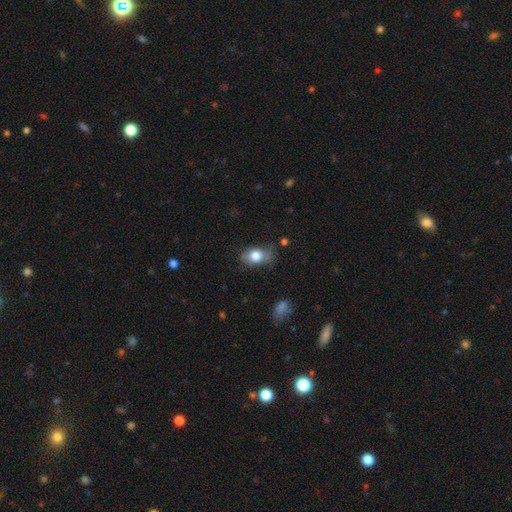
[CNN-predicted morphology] Smooth or featured?
  - smooth: 78% *
  - featured or disk: 14%
  - star or artifact: 8%
How rounded?
  - in between: 77% *
  - round: 21%
  - cigar-shaped: 2%
Merging?
  - none: 55% *
  - minor disturbance: 31%
  - major disturbance: 11%
  - merger: 3%